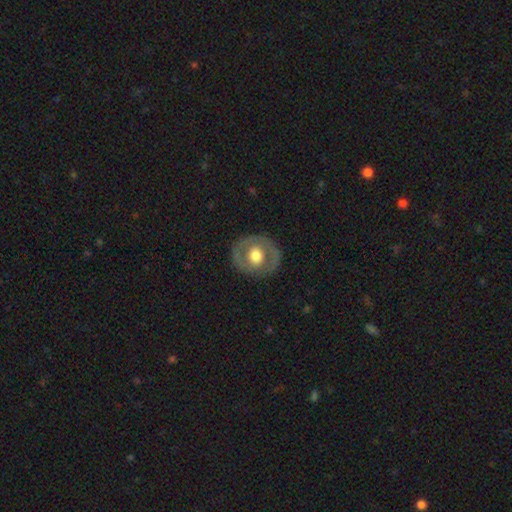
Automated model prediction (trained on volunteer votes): smooth_or_featured: featured or disk (p=0.51) [alt: smooth p=0.43]
disk_edge_on: no (p=0.95) [alt: yes p=0.05]
merging: none (p=0.81) [alt: minor disturbance p=0.12]